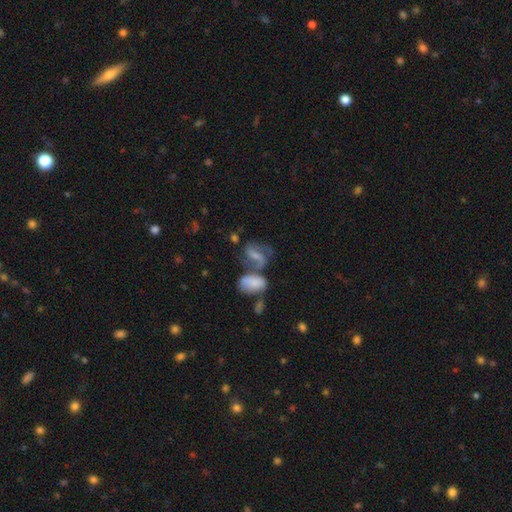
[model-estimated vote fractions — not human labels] A featured or disk galaxy (56%) with a weak bar (40%), spiral arms (80%) and a small central bulge (34%). Merging: merger (40%).